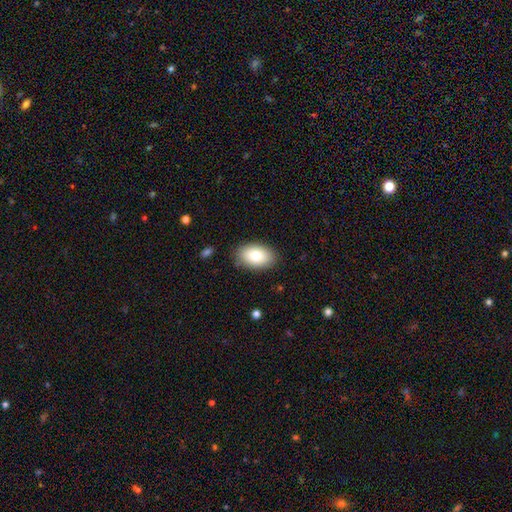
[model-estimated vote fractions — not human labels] This is clearly a smooth galaxy (83%). How rounded: clearly in between (93%). Merging: clearly none (86%).